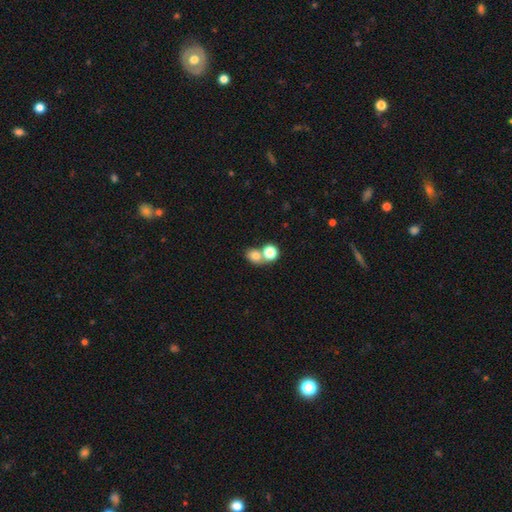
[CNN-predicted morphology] Smooth or featured? Predicted: smooth (p=0.76). How rounded? Predicted: round (p=0.62). Merging? Predicted: merger (p=0.48).